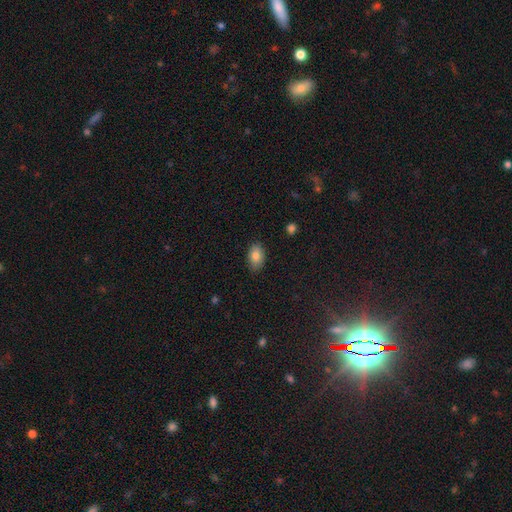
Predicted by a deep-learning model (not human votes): This is clearly a smooth galaxy (83%). How rounded: clearly in between (88%). Merging: clearly none (84%).